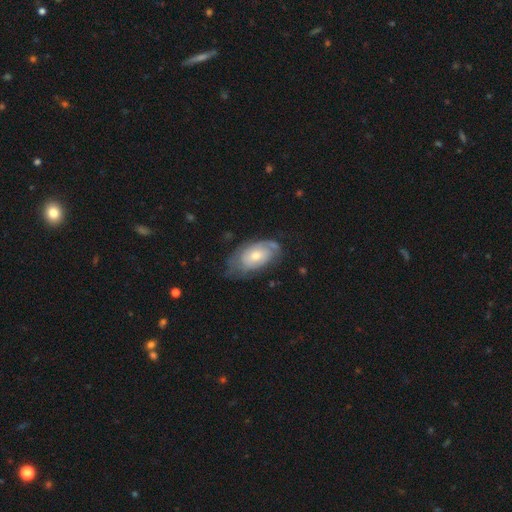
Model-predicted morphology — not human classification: smooth_or_featured: featured or disk (p=0.54) [alt: smooth p=0.40]
disk_edge_on: no (p=0.92) [alt: yes p=0.08]
bar: no (p=0.81) [alt: weak p=0.17]
has_spiral_arms: yes (p=0.68) [alt: no p=0.32]
bulge_size: moderate (p=0.54) [alt: small p=0.38]
merging: none (p=0.53) [alt: minor disturbance p=0.31]